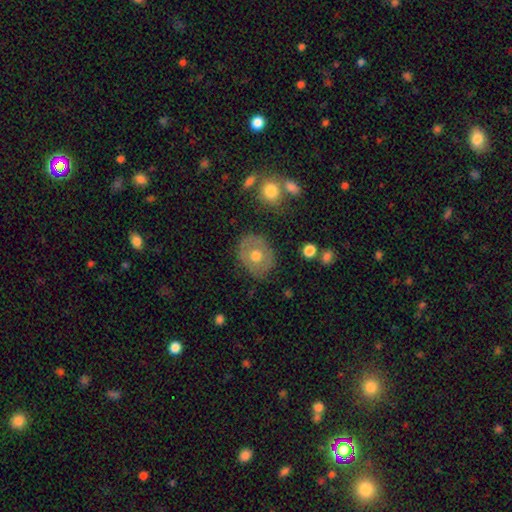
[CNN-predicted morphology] Smooth or featured? smooth (55%)
How rounded? round (62%)
Merging? none (79%)